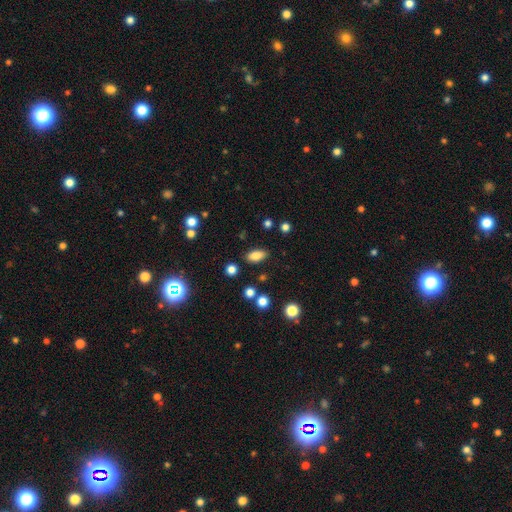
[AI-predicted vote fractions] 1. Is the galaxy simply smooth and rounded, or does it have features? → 81% smooth, 10% star or artifact, 9% featured or disk.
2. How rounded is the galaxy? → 87% in between, 8% cigar-shaped, 5% round.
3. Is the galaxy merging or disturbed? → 85% none, 10% minor disturbance, 3% merger, 3% major disturbance.